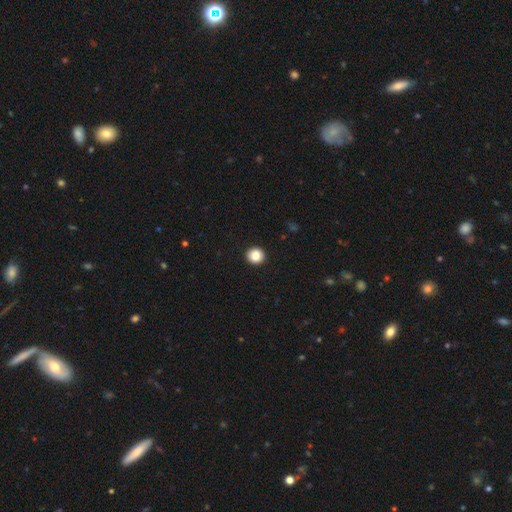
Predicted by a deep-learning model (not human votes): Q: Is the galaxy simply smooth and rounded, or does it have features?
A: smooth — 86%.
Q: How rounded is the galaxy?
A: round — 91%.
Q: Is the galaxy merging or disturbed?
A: none — 93%.